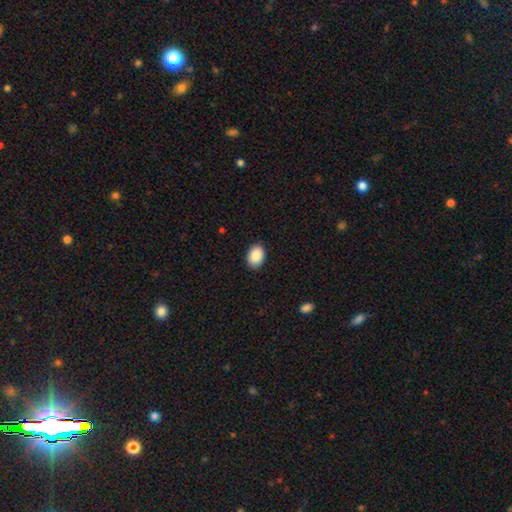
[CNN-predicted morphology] This is clearly a smooth galaxy (89%). How rounded: clearly in between (83%). Merging: clearly none (89%).